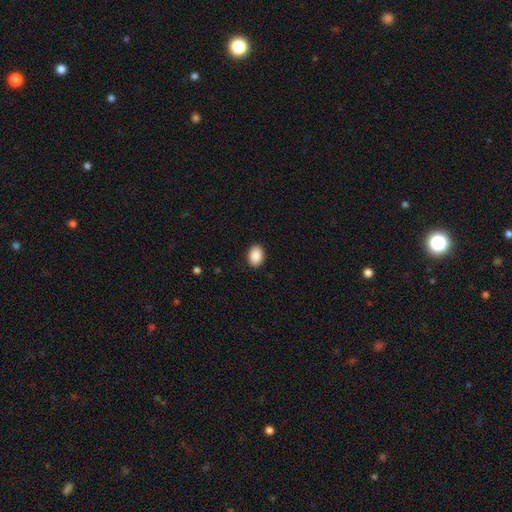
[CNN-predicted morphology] Smooth or featured? Predicted: smooth (p=0.90). How rounded? Predicted: in between (p=0.78). Merging? Predicted: none (p=0.90).